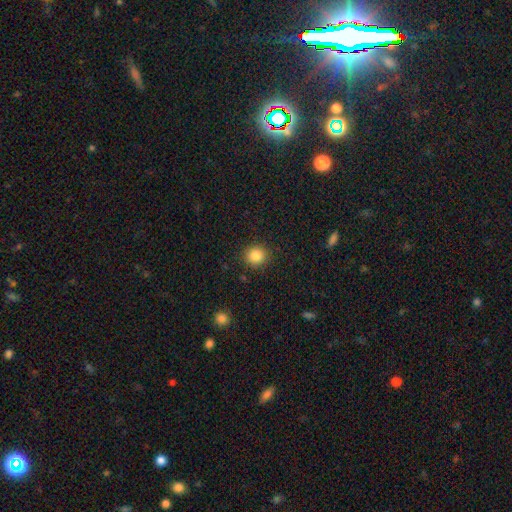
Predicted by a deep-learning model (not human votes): A smooth galaxy with no disk features (86%) that is round (89%).

Vote fractions:
- Smooth or featured? smooth: 86% / star or artifact: 10% / featured or disk: 4%
- How rounded? round: 89% / in between: 10% / cigar-shaped: 1%
- Merging? none: 89% / minor disturbance: 7% / major disturbance: 3% / merger: 1%